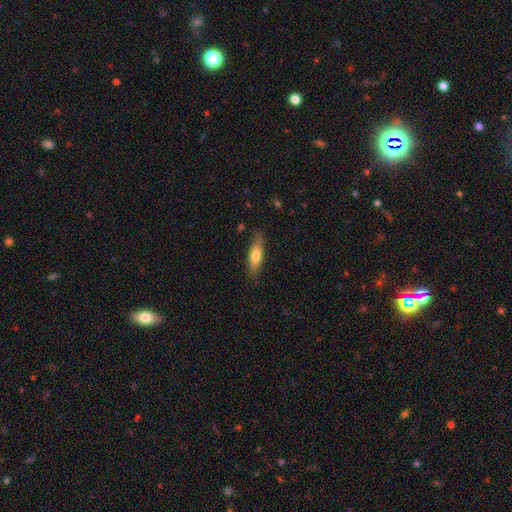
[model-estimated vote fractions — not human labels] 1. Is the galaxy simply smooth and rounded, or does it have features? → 68% smooth, 26% featured or disk, 6% star or artifact.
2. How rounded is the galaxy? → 56% cigar-shaped, 42% in between, 2% round.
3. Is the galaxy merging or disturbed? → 80% none, 15% minor disturbance, 3% major disturbance, 2% merger.